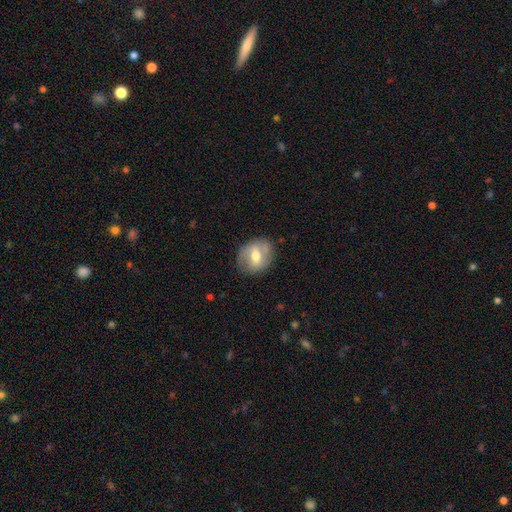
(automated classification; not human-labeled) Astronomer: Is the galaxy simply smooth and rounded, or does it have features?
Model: featured or disk — 47% (runner-up: smooth, 46%).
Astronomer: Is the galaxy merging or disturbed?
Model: none — 80%.